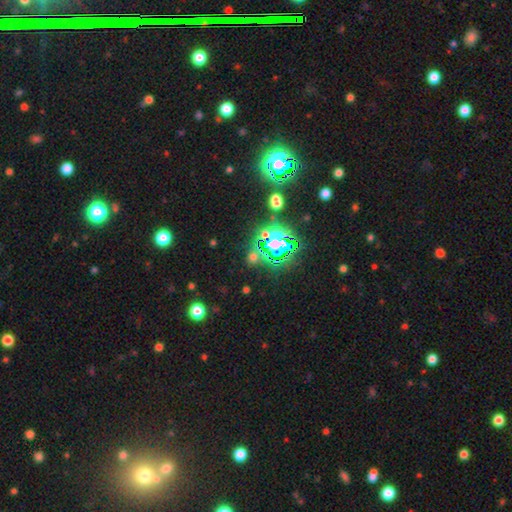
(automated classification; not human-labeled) smooth-or-featured: star or artifact: 73% | smooth: 19% | featured or disk: 8%